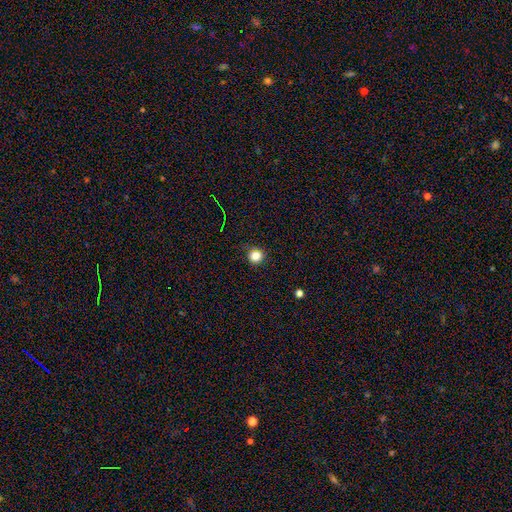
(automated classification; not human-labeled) Smooth or featured? Predicted: smooth (p=0.83). How rounded? Predicted: round (p=0.92). Merging? Predicted: none (p=0.88).